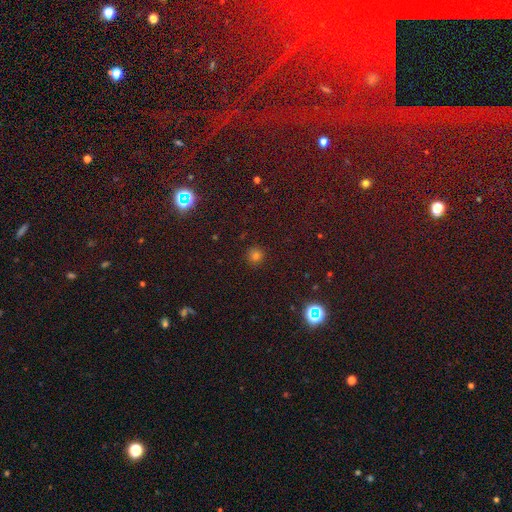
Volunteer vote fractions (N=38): A smooth galaxy with no disk features (82%) that is round (97%).

Vote fractions:
- Smooth or featured? smooth: 82% / featured or disk: 11% / star or artifact: 8%
- How rounded? round: 97% / in between: 3% / cigar-shaped: 0%
- Merging? none: 97% / minor disturbance: 3% / major disturbance: 0% / merger: 0%